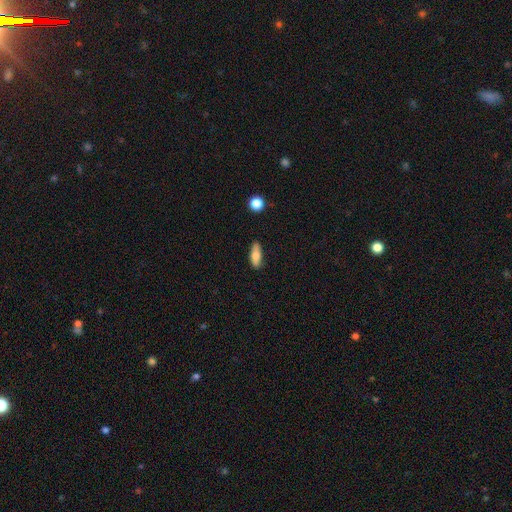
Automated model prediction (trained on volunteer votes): Smooth or featured: smooth — 77% (featured or disk — 16%)
How rounded: in between — 65% (cigar-shaped — 32%)
Merging: none — 80% (minor disturbance — 16%)